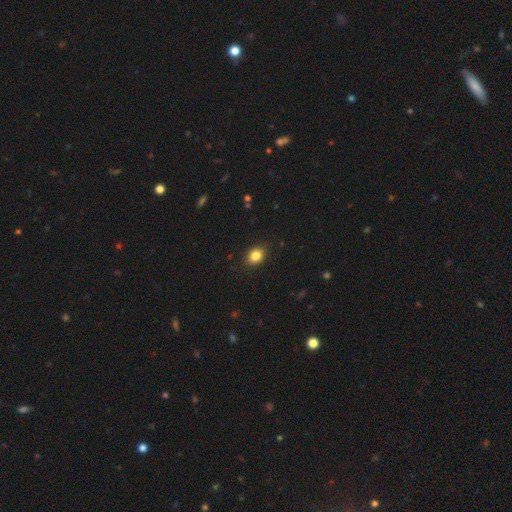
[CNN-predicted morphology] This is clearly a smooth galaxy (83%). How rounded: possibly in between (55%). Merging: clearly none (85%).